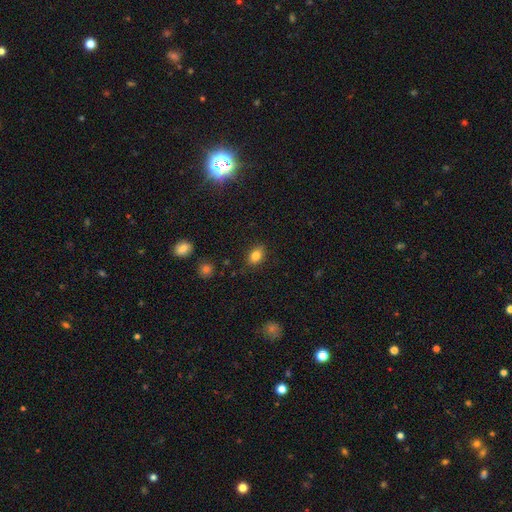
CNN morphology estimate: Q: Smooth or featured?
A: smooth (82%); runner-up: star or artifact (11%)
Q: How rounded?
A: in between (72%); runner-up: round (26%)
Q: Merging?
A: none (84%); runner-up: minor disturbance (12%)